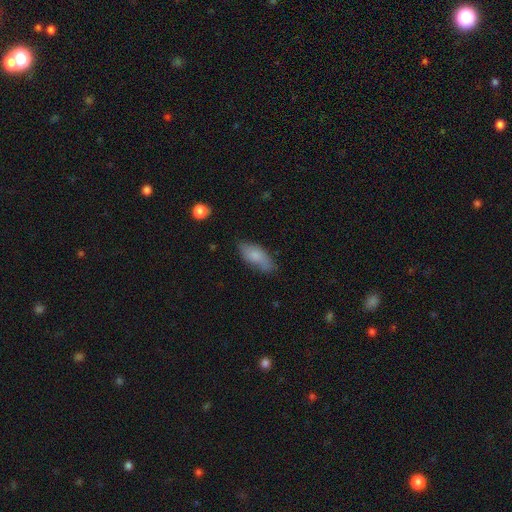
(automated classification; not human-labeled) Smooth or featured? smooth (76%)
How rounded? in between (80%)
Merging? none (71%)